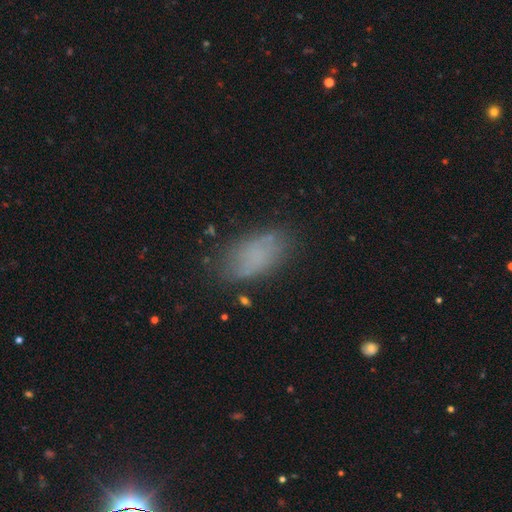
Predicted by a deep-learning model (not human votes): smooth_or_featured: smooth (p=0.68) [alt: featured or disk p=0.21]
how_rounded: in between (p=0.91) [alt: round p=0.05]
merging: none (p=0.68) [alt: minor disturbance p=0.22]